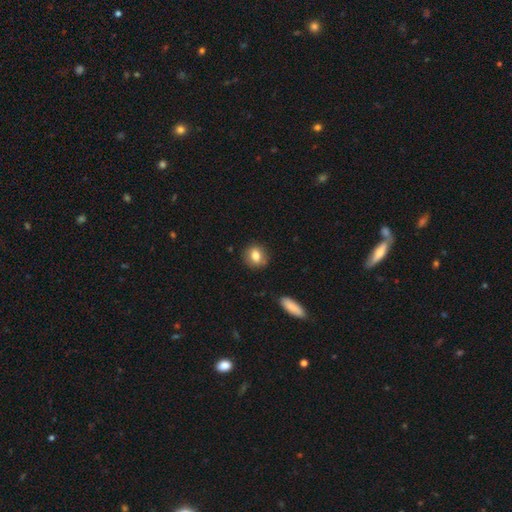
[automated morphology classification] type=smooth (80%); roundness=round (69%); merging=none (85%).